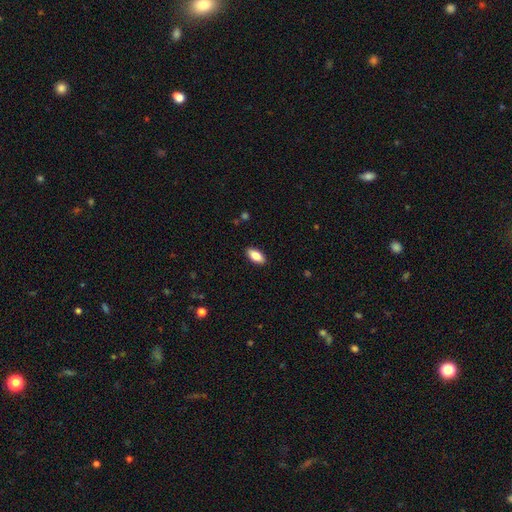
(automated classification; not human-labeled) A smooth galaxy with no disk features (83%) that is in between round and cigar-shaped (89%).

Vote fractions:
- Smooth or featured? smooth: 83% / featured or disk: 11% / star or artifact: 7%
- How rounded? in between: 89% / cigar-shaped: 9% / round: 3%
- Merging? none: 89% / minor disturbance: 8% / major disturbance: 2% / merger: 1%